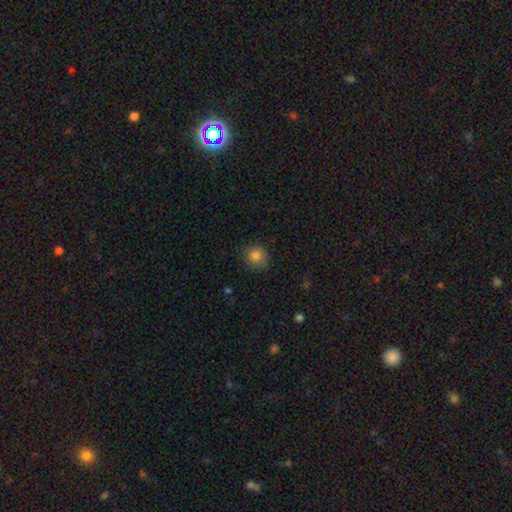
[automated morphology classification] Smooth or featured?
  - smooth: 83% *
  - star or artifact: 10%
  - featured or disk: 7%
How rounded?
  - round: 87% *
  - in between: 12%
  - cigar-shaped: 1%
Merging?
  - none: 76% *
  - minor disturbance: 18%
  - major disturbance: 4%
  - merger: 1%